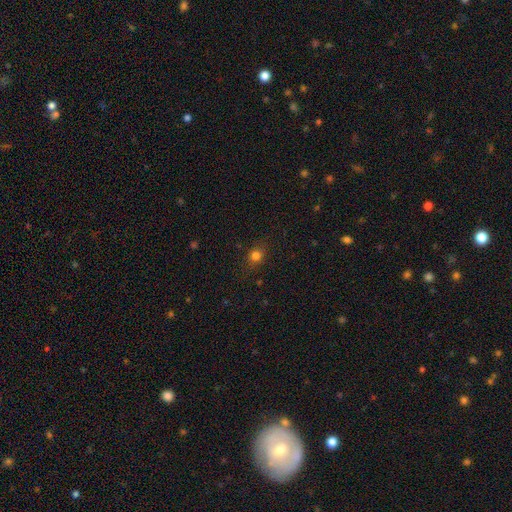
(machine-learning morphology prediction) Smooth or featured? smooth (77%)
How rounded? round (70%)
Merging? none (84%)